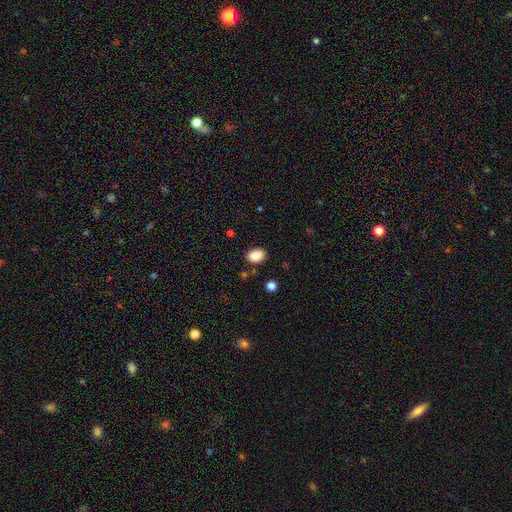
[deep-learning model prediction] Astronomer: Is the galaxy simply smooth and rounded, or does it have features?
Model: smooth — 88%.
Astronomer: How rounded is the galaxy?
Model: in between — 78%.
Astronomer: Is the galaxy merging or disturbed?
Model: none — 84%.